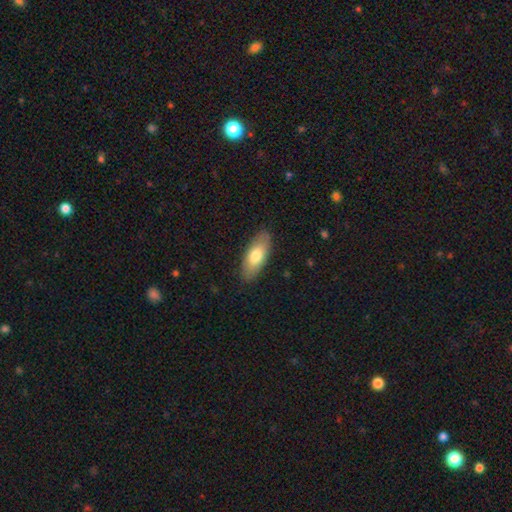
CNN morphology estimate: Smooth or featured: smooth — 73% (featured or disk — 21%)
How rounded: in between — 79% (cigar-shaped — 19%)
Merging: none — 87% (minor disturbance — 10%)